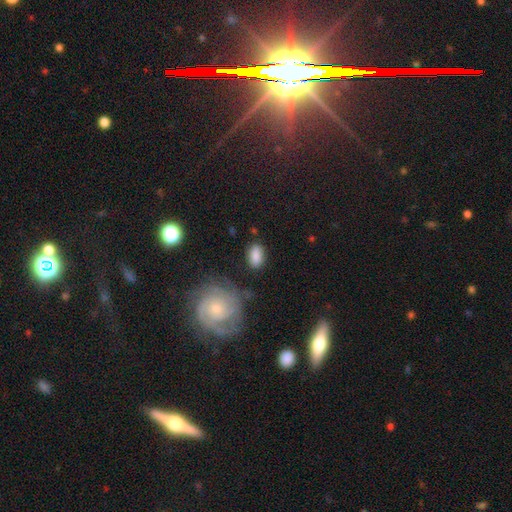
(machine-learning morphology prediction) This is clearly a smooth galaxy (84%). How rounded: clearly in between (89%). Merging: likely none (77%).